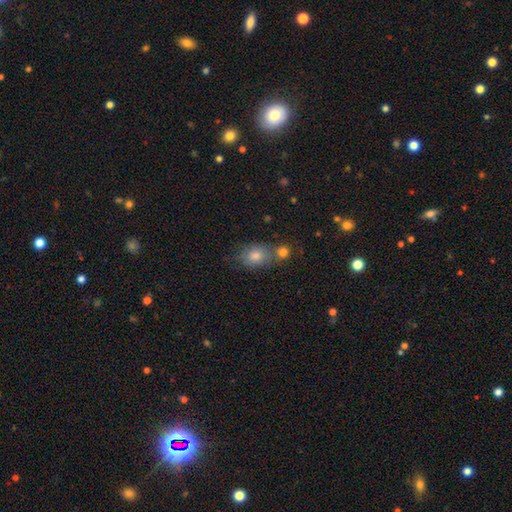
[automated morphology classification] This appears to be a smooth galaxy with no disk features (74%) that is in between round and cigar-shaped (58%). Merging: none (58%).